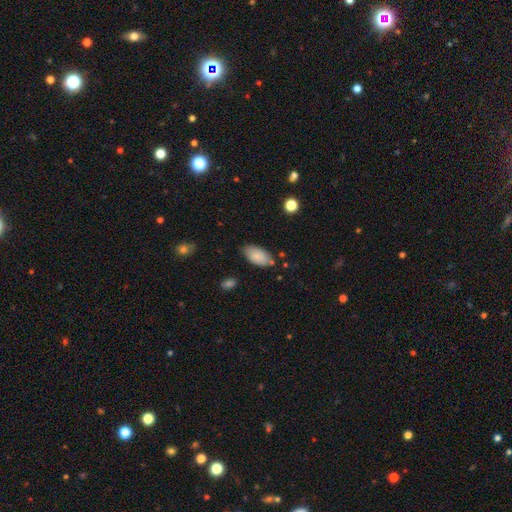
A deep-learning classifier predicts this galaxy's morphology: A smooth galaxy with no disk features (84%) that is in between round and cigar-shaped (95%).

Vote fractions:
- Smooth or featured? smooth: 84% / featured or disk: 9% / star or artifact: 7%
- How rounded? in between: 95% / round: 3% / cigar-shaped: 2%
- Merging? none: 75% / minor disturbance: 18% / major disturbance: 3% / merger: 3%